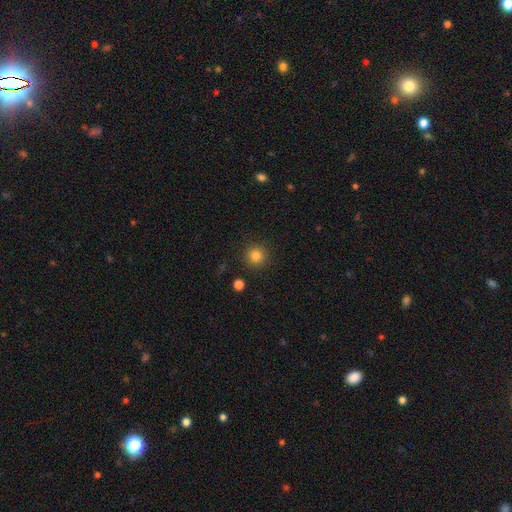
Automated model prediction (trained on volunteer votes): smooth 83%, star or artifact 12%, featured or disk 5%. Down the decision tree: how rounded — round (95%); merging — none (90%).